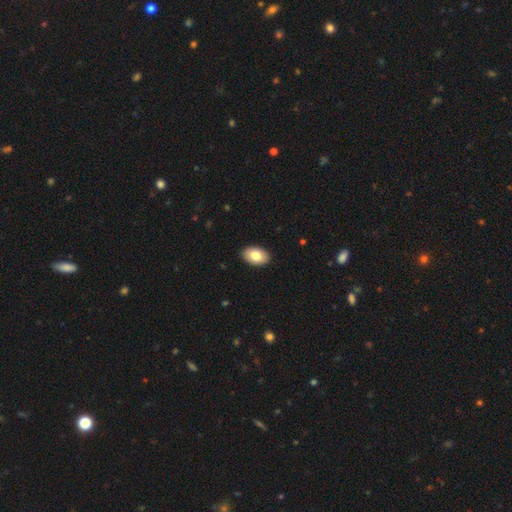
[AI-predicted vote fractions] Overall: smooth (83%). How rounded: in between (92%). Merging: none (91%).